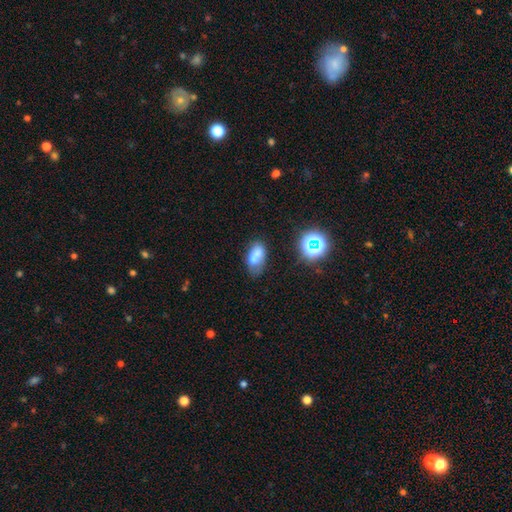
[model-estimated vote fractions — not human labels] A smooth galaxy with no disk features (65%) that is in between round and cigar-shaped (86%). Merging: none (40%).